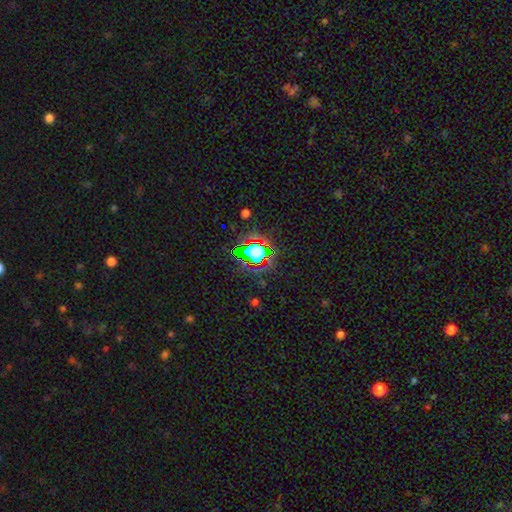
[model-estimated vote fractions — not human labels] Overall: star or artifact (59%; smooth 28%).